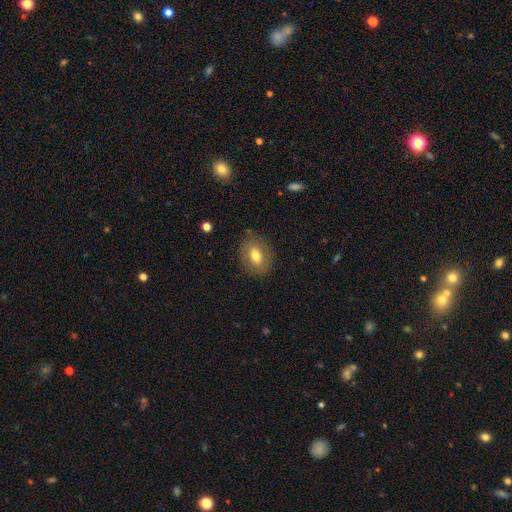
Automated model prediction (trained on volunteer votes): Morphology: type=smooth (68%); roundness=in between (71%); merging=none (80%).